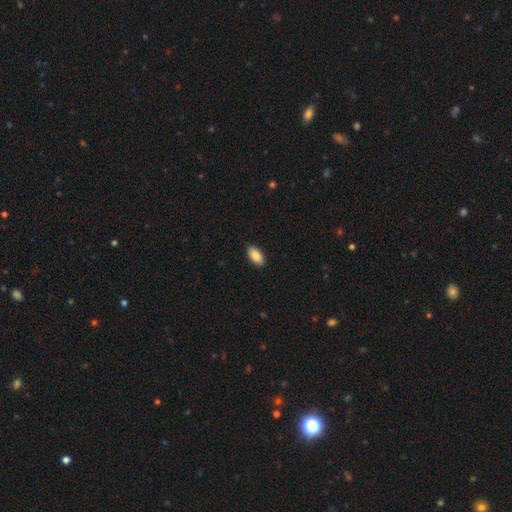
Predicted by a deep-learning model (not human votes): Morphology: type=smooth (87%); roundness=in between (93%); merging=none (90%).